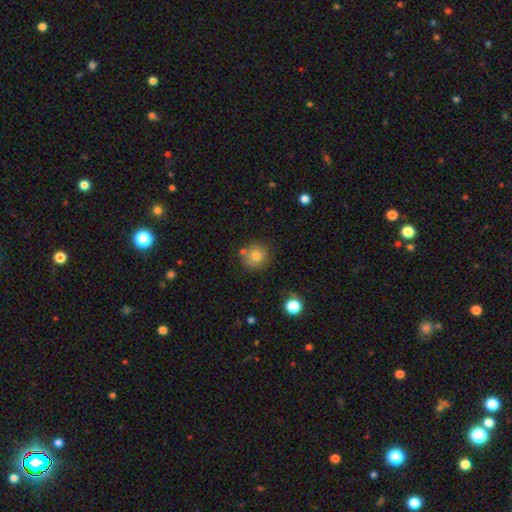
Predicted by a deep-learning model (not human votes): smooth-or-featured: smooth: 77% | featured or disk: 12% | star or artifact: 11%
  how-rounded: round: 91% | in between: 8% | cigar-shaped: 1%
  merging: none: 74% | minor disturbance: 13% | merger: 10% | major disturbance: 3%